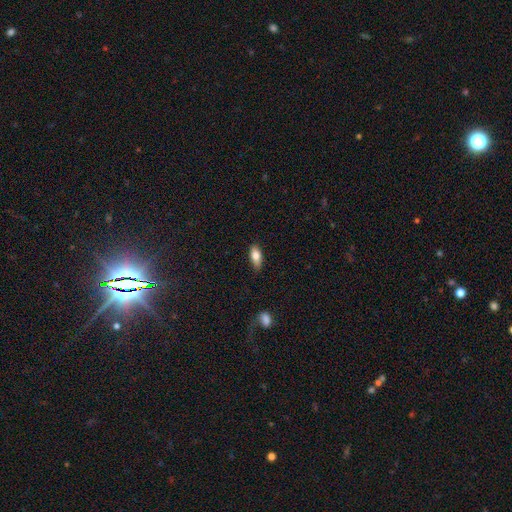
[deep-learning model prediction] Smooth or featured?
  - smooth: 78% *
  - featured or disk: 14%
  - star or artifact: 7%
How rounded?
  - in between: 83% *
  - cigar-shaped: 14%
  - round: 3%
Merging?
  - none: 81% *
  - minor disturbance: 15%
  - major disturbance: 3%
  - merger: 1%